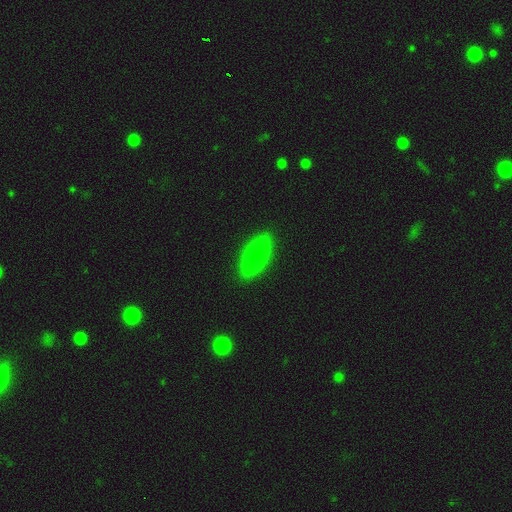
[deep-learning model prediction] A smooth galaxy with no disk features (75%) that is in between round and cigar-shaped (73%).

Vote fractions:
- Smooth or featured? smooth: 75% / featured or disk: 18% / star or artifact: 7%
- How rounded? in between: 73% / cigar-shaped: 23% / round: 3%
- Merging? none: 88% / minor disturbance: 9% / major disturbance: 2% / merger: 1%